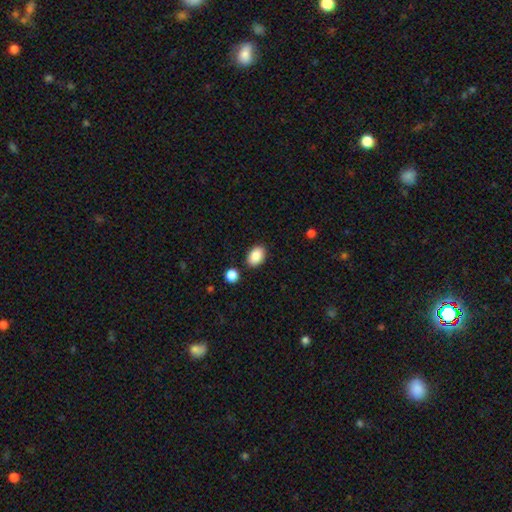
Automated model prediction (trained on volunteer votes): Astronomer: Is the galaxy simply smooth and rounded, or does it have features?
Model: smooth — 88%.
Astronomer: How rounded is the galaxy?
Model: in between — 84%.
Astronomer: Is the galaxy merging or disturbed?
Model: none — 85%.